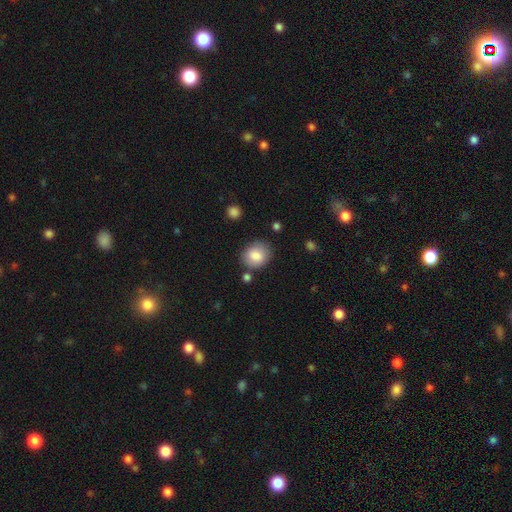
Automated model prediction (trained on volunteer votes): Q: Smooth or featured?
A: smooth (84%); runner-up: star or artifact (8%)
Q: How rounded?
A: round (61%); runner-up: in between (38%)
Q: Merging?
A: none (75%); runner-up: minor disturbance (15%)